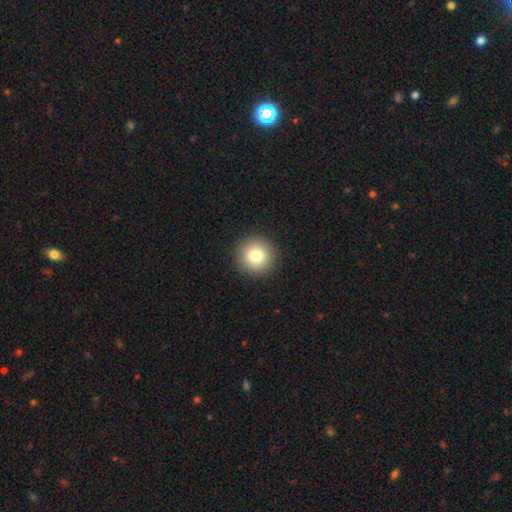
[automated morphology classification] A smooth galaxy with no disk features (81%) that is round (95%).

Vote fractions:
- Smooth or featured? smooth: 81% / star or artifact: 10% / featured or disk: 9%
- How rounded? round: 95% / in between: 4% / cigar-shaped: 1%
- Merging? none: 92% / minor disturbance: 5% / major disturbance: 2% / merger: 1%